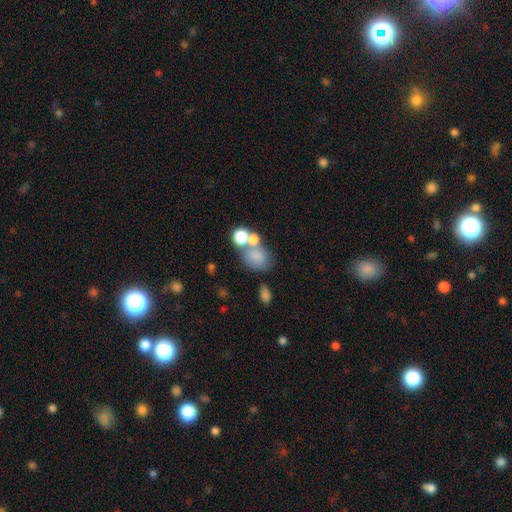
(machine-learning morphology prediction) The model was most divided on "merging": merger: 42%, none: 38%, minor disturbance: 12%, major disturbance: 9%. More confident: smooth or featured — smooth (70%); how rounded — in between (51%).